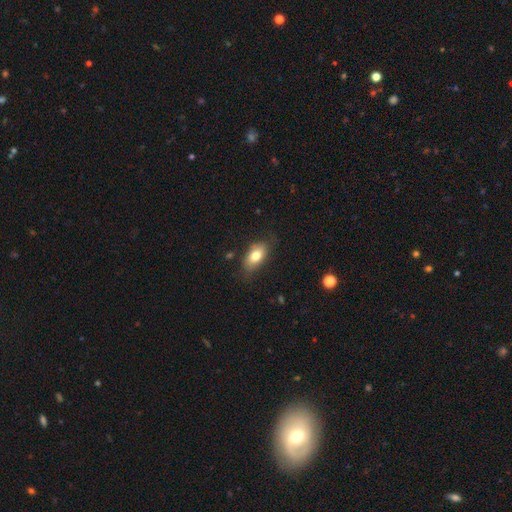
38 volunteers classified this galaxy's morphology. Smooth or featured? smooth (82%)
How rounded? in between (87%)
Merging? none (77%)